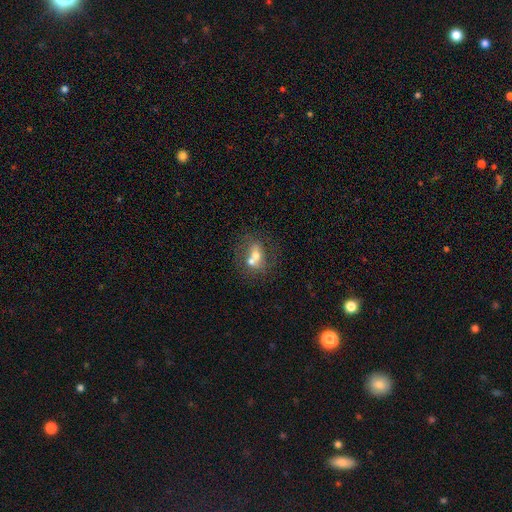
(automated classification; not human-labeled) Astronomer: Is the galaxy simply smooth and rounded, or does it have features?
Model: smooth — 55% (runner-up: featured or disk, 33%).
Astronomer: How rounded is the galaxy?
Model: in between — 53% (runner-up: round, 44%).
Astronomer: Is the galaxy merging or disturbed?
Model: merger — 55%.